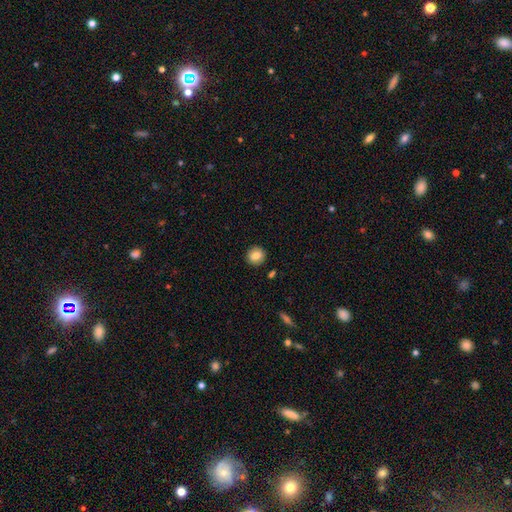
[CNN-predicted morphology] Smooth or featured? smooth (82%)
How rounded? round (91%)
Merging? none (91%)